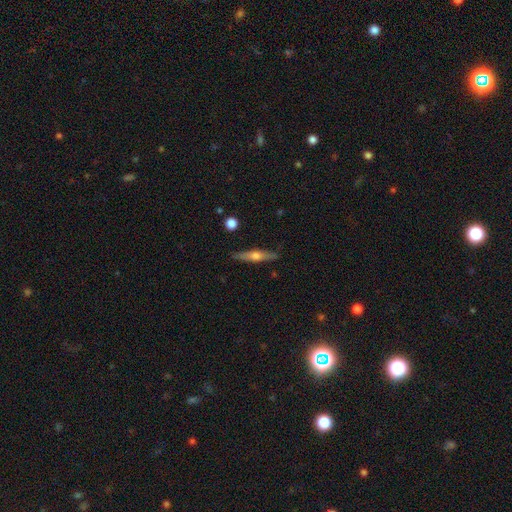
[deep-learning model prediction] Smooth or featured? featured or disk (60%)
Edge-on disk? yes (95%)
Edge-on bulge? rounded (91%)
Merging? none (88%)